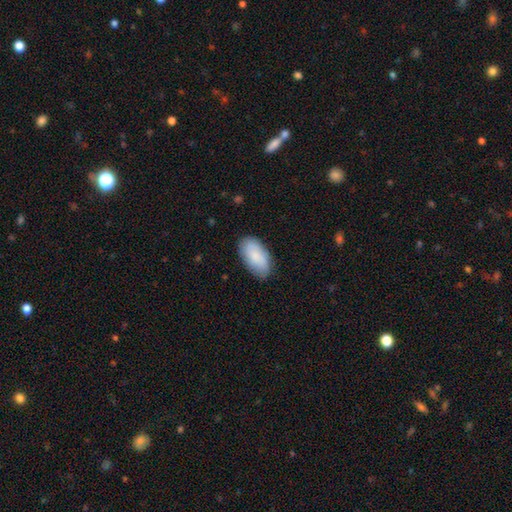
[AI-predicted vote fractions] The model was most divided on "merging": none: 83%, minor disturbance: 13%, major disturbance: 3%, merger: 1%. More confident: how rounded — in between (95%); smooth or featured — smooth (83%).